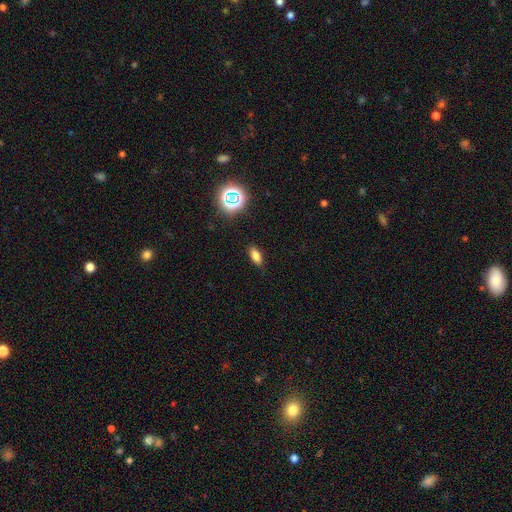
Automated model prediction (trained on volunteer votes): Q: Smooth or featured?
A: smooth (77%); runner-up: star or artifact (15%)
Q: How rounded?
A: in between (81%); runner-up: cigar-shaped (14%)
Q: Merging?
A: none (86%); runner-up: minor disturbance (10%)